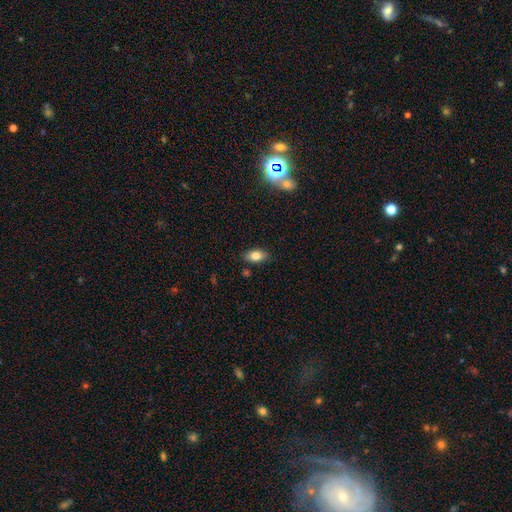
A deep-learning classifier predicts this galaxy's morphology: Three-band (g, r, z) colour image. It shows a smooth galaxy with no disk features (80%) that is in between round and cigar-shaped (89%). Merging: none (84%).